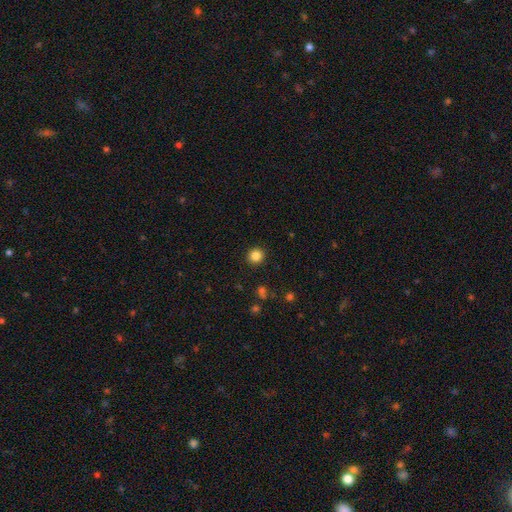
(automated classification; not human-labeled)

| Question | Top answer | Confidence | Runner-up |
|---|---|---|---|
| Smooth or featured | smooth | 84% | star or artifact (12%) |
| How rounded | round | 93% | in between (6%) |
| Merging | none | 92% | minor disturbance (5%) |